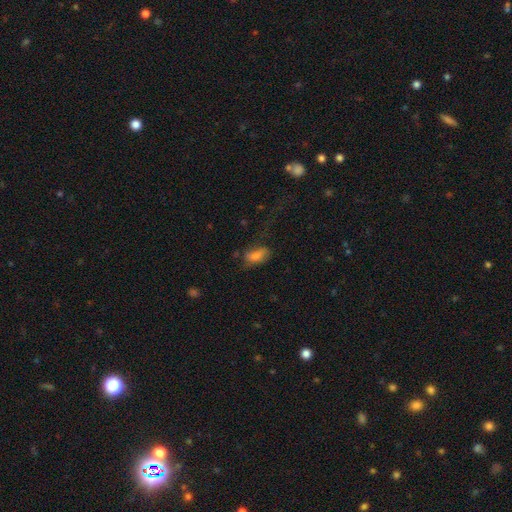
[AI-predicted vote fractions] A smooth galaxy with no disk features (72%) that is in between round and cigar-shaped (86%).

Vote fractions:
- Smooth or featured? smooth: 72% / featured or disk: 18% / star or artifact: 11%
- How rounded? in between: 86% / cigar-shaped: 8% / round: 5%
- Merging? none: 49% / minor disturbance: 25% / major disturbance: 23% / merger: 3%